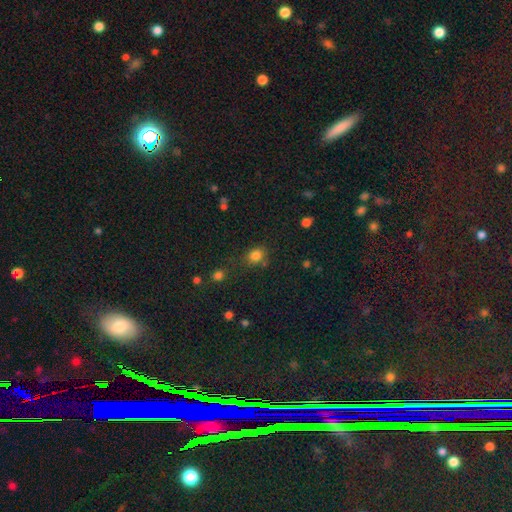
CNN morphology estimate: Q: Smooth or featured?
A: smooth (80%); runner-up: star or artifact (14%)
Q: How rounded?
A: round (63%); runner-up: in between (36%)
Q: Merging?
A: none (68%); runner-up: minor disturbance (17%)